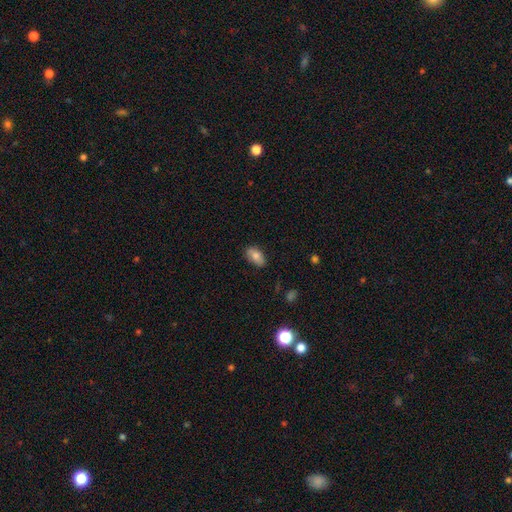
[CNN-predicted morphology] This appears to be a smooth galaxy with no disk features (79%) that is in between round and cigar-shaped (92%). Merging: none (82%).